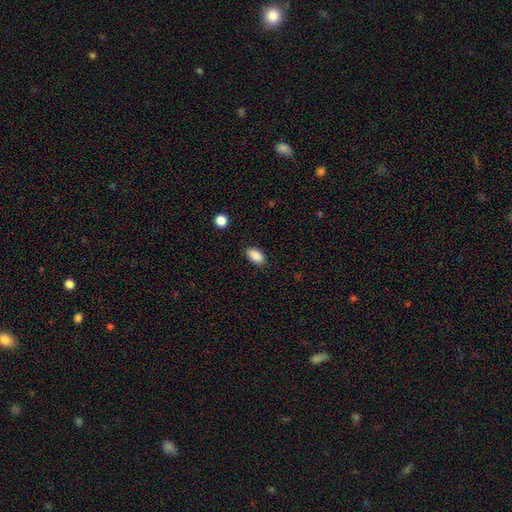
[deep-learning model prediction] Smooth or featured? smooth (89%)
How rounded? in between (92%)
Merging? none (87%)